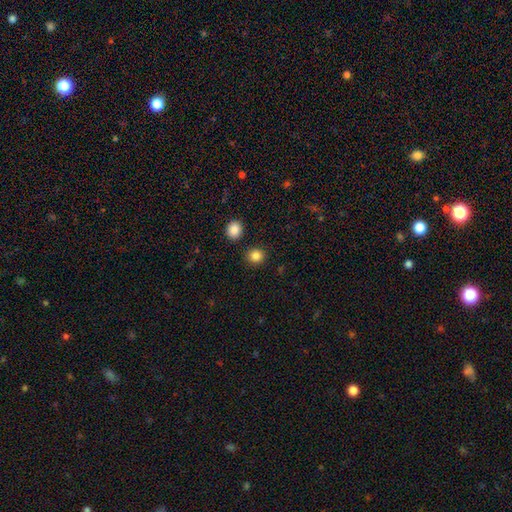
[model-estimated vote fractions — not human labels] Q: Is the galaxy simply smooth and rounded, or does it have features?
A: smooth — 86%.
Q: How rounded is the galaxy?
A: round — 86%.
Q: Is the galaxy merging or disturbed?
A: none — 88%.